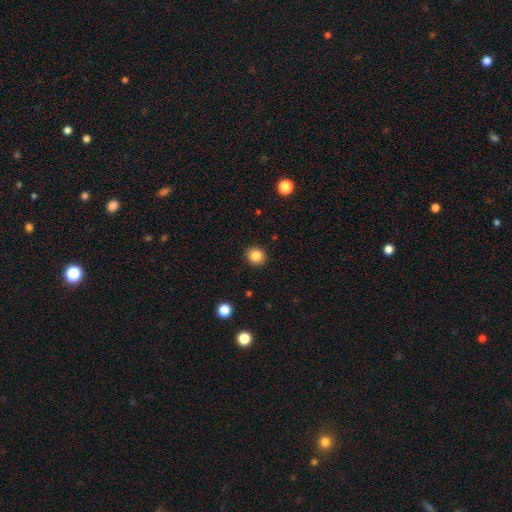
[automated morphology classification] This appears to be a smooth galaxy with no disk features (84%) that is round (81%). Merging: none (91%).